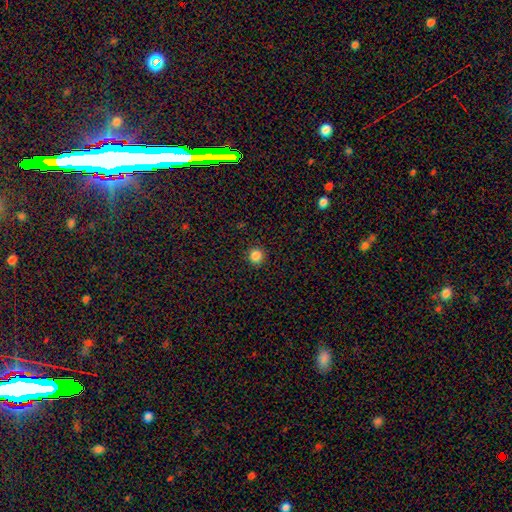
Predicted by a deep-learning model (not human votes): smooth_or_featured: smooth (p=0.85) [alt: star or artifact p=0.12]
how_rounded: round (p=0.92) [alt: in between p=0.07]
merging: none (p=0.92) [alt: minor disturbance p=0.05]